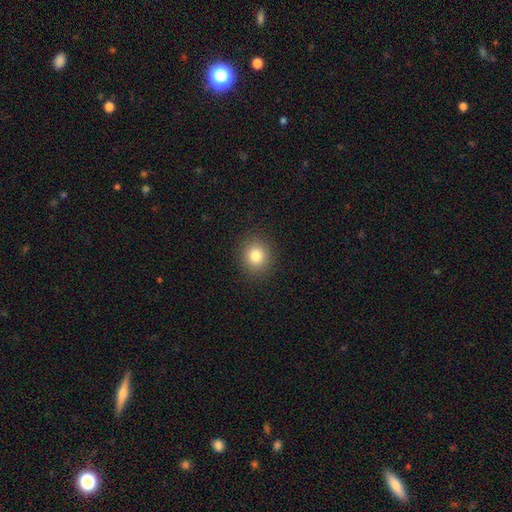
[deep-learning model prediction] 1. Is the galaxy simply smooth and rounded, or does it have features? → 82% smooth, 11% star or artifact, 7% featured or disk.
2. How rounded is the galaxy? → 86% round, 13% in between, 1% cigar-shaped.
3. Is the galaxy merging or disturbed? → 91% none, 6% minor disturbance, 2% major disturbance, 1% merger.